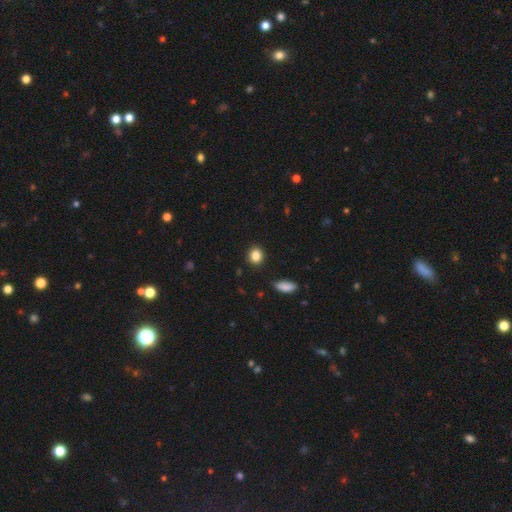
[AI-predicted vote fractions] smooth_or_featured: smooth (p=0.85) [alt: star or artifact p=0.10]
how_rounded: round (p=0.71) [alt: in between p=0.28]
merging: none (p=0.88) [alt: minor disturbance p=0.08]